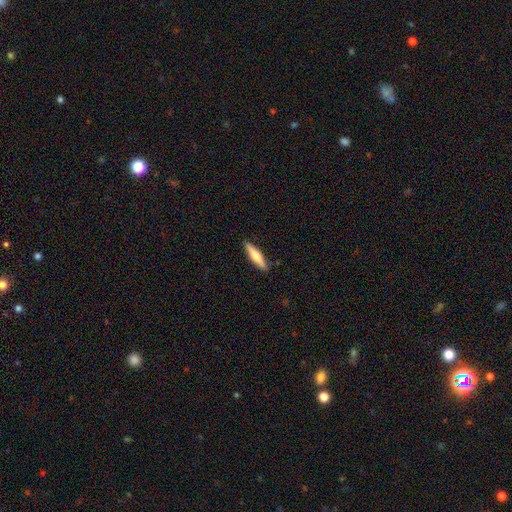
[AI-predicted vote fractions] Smooth or featured: smooth — 57% (featured or disk — 37%)
How rounded: cigar-shaped — 80% (in between — 18%)
Merging: none — 89% (minor disturbance — 8%)